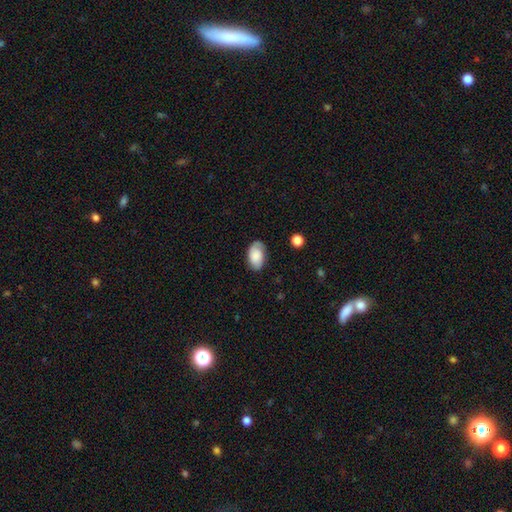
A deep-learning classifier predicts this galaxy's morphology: smooth-or-featured: smooth: 63% | featured or disk: 29% | star or artifact: 8%
  how-rounded: in between: 91% | round: 8% | cigar-shaped: 1%
  merging: none: 69% | minor disturbance: 23% | major disturbance: 7% | merger: 2%